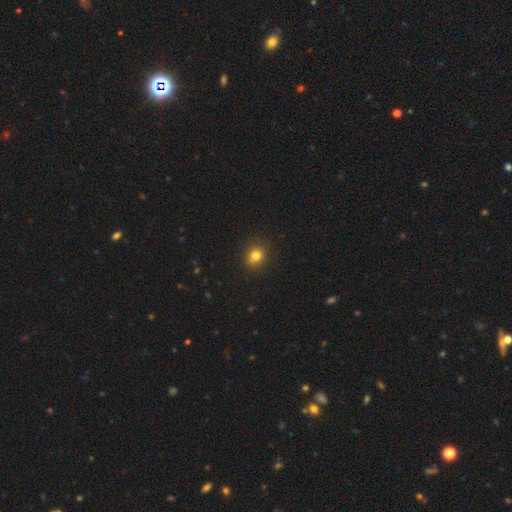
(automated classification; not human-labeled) Smooth or featured? Predicted: smooth (p=0.79). How rounded? Predicted: round (p=0.70). Merging? Predicted: none (p=0.81).